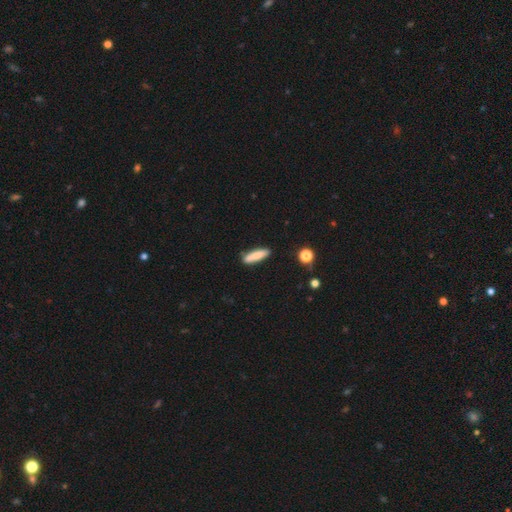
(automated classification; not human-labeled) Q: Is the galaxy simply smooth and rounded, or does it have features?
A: smooth — 81%.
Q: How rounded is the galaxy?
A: cigar-shaped — 69%.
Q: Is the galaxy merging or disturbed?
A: none — 82%.